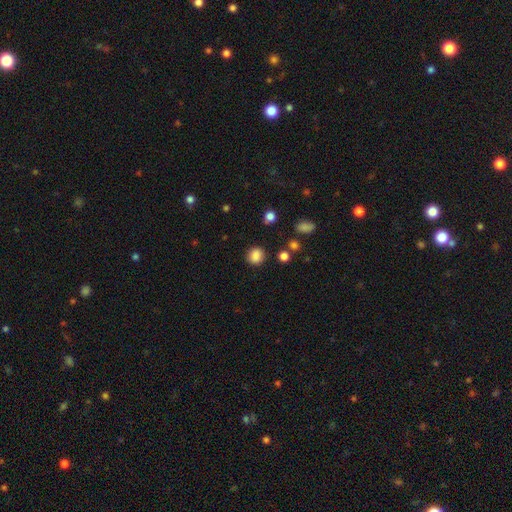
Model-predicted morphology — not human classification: A smooth galaxy with no disk features (85%) that is round (77%).

Vote fractions:
- Smooth or featured? smooth: 85% / star or artifact: 11% / featured or disk: 4%
- How rounded? round: 77% / in between: 22% / cigar-shaped: 1%
- Merging? none: 84% / minor disturbance: 10% / major disturbance: 3% / merger: 3%